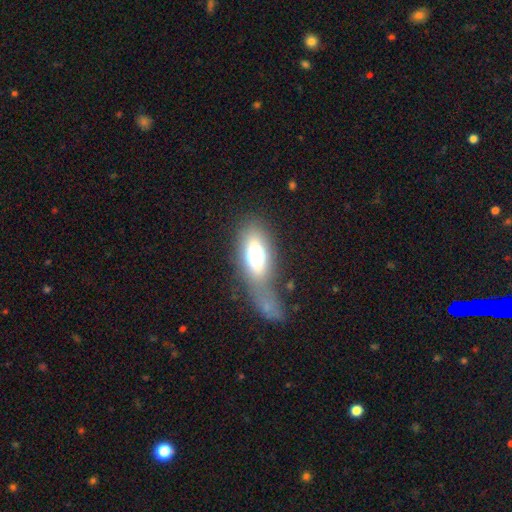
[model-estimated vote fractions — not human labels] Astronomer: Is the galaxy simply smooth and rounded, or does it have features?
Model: smooth — 65%.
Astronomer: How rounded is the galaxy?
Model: in between — 80%.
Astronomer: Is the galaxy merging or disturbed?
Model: none — 43% (runner-up: merger, 19%).